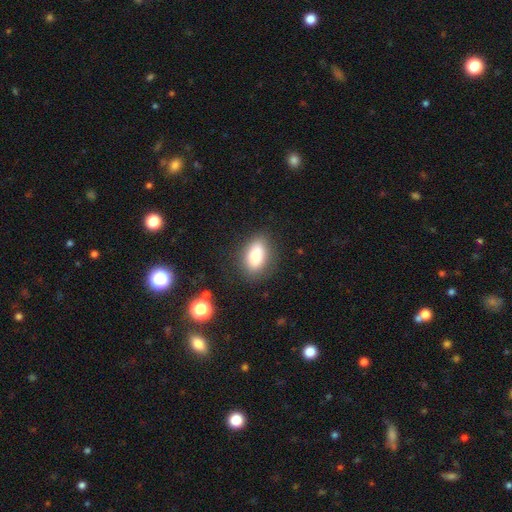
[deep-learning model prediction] A smooth galaxy with no disk features (84%) that is in between round and cigar-shaped (89%). Merging: none (81%).